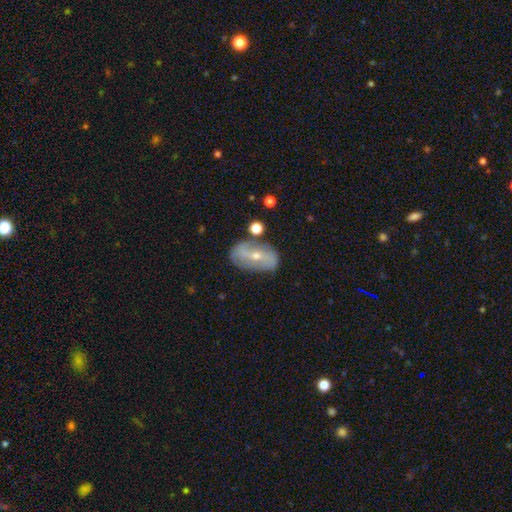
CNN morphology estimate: smooth_or_featured: featured or disk (p=0.65) [alt: smooth p=0.27]
disk_edge_on: no (p=0.89) [alt: yes p=0.11]
bar: strong (p=0.44) [alt: weak p=0.29]
has_spiral_arms: yes (p=0.58) [alt: no p=0.42]
bulge_size: small (p=0.60) [alt: moderate p=0.37]
merging: none (p=0.69) [alt: minor disturbance p=0.18]